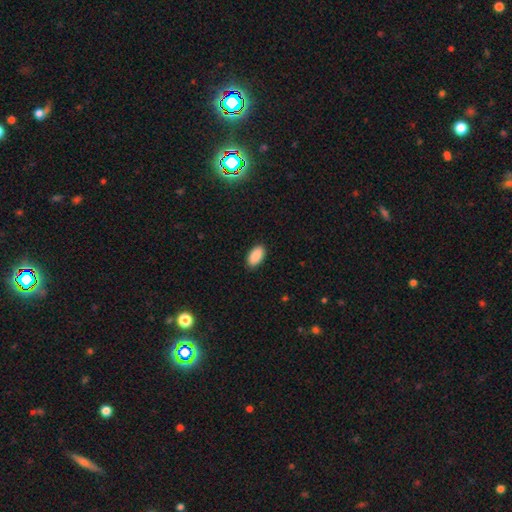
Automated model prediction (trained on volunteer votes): Q: Smooth or featured?
A: smooth (90%); runner-up: star or artifact (7%)
Q: How rounded?
A: in between (95%); runner-up: round (3%)
Q: Merging?
A: none (89%); runner-up: minor disturbance (8%)